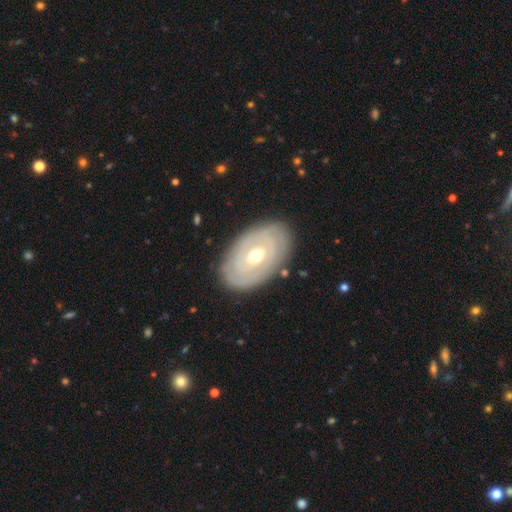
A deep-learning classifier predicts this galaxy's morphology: featured or disk 74%, smooth 21%, star or artifact 5%. Down the decision tree: edge-on disk — no (93%); bar — no (63%); spiral arms — yes (64%); bulge size — moderate (71%); merging — none (84%).